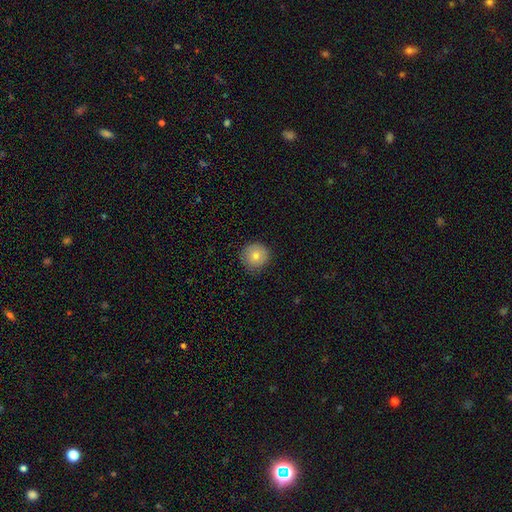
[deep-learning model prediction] A smooth galaxy with no disk features (79%) that is round (94%).

Vote fractions:
- Smooth or featured? smooth: 79% / featured or disk: 11% / star or artifact: 10%
- How rounded? round: 94% / in between: 5% / cigar-shaped: 1%
- Merging? none: 84% / minor disturbance: 12% / major disturbance: 2% / merger: 1%